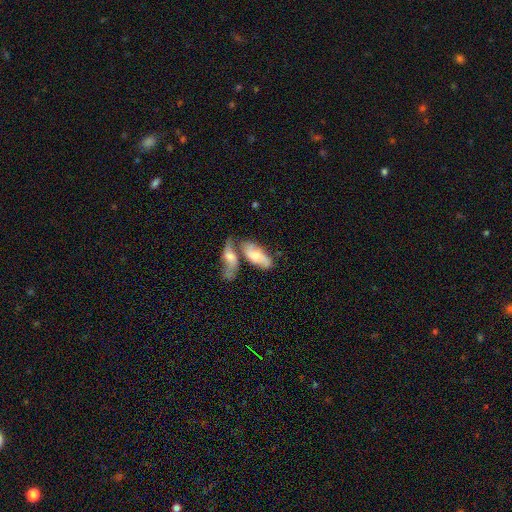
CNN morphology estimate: The model was most divided on "smooth or featured": smooth: 54%, featured or disk: 39%, star or artifact: 7%. More confident: how rounded — in between (82%); merging — merger (51%).